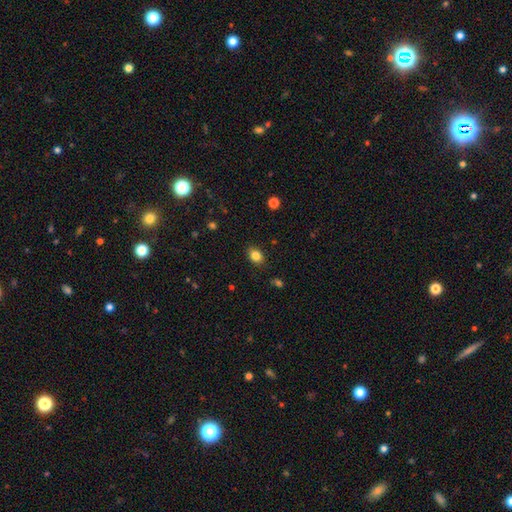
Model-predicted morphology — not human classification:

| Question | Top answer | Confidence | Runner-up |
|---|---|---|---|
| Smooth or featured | smooth | 83% | star or artifact (10%) |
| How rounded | in between | 68% | round (31%) |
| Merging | none | 86% | minor disturbance (10%) |